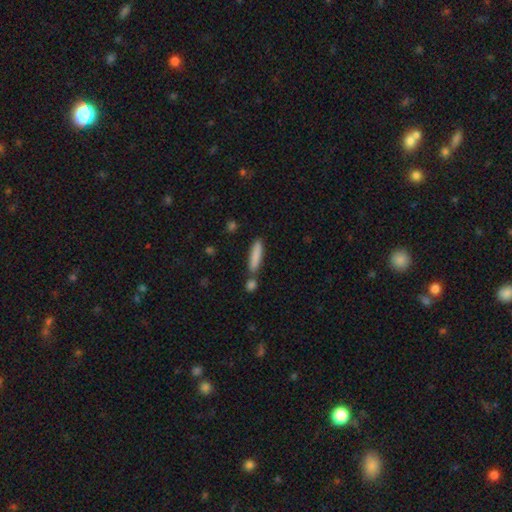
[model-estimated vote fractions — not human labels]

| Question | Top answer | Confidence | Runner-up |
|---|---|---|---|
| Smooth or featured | smooth | 84% | featured or disk (10%) |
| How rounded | cigar-shaped | 80% | in between (18%) |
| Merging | none | 69% | merger (16%) |